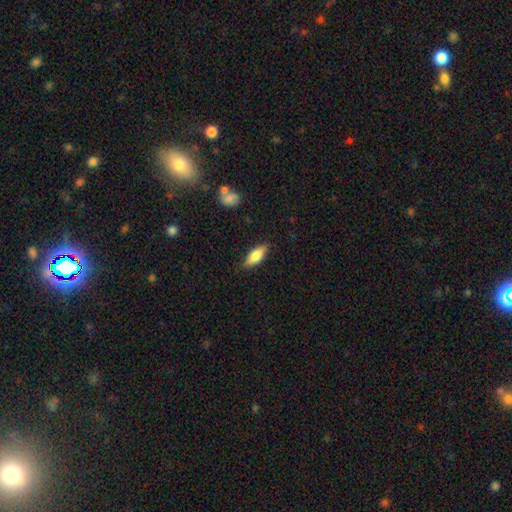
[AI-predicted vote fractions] Smooth or featured? Predicted: smooth (p=0.72). How rounded? Predicted: in between (p=0.72). Merging? Predicted: none (p=0.84).